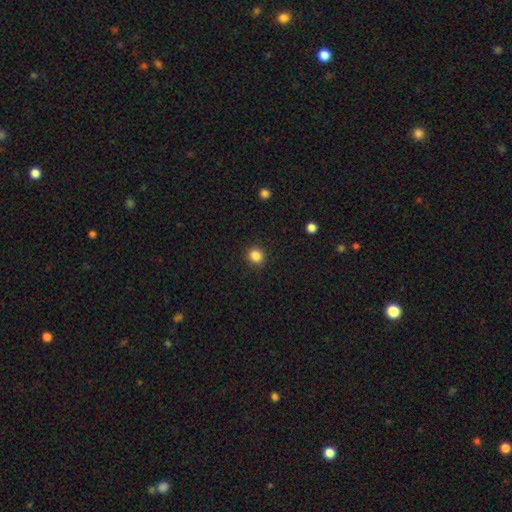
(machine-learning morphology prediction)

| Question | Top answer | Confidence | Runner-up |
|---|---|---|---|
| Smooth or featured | smooth | 85% | star or artifact (11%) |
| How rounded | round | 90% | in between (9%) |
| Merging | none | 92% | minor disturbance (5%) |